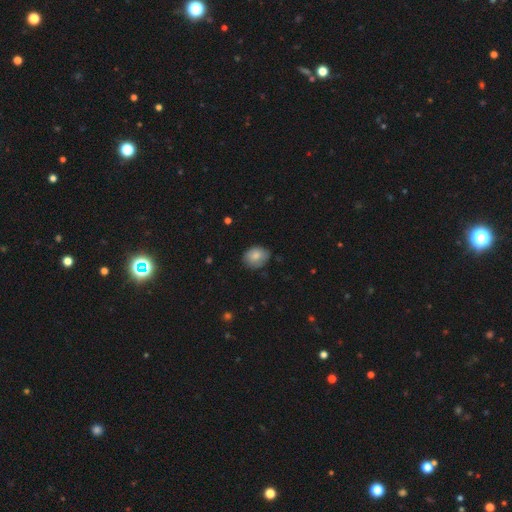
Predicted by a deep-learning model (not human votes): Morphology: type=smooth (83%); roundness=in between (52%); merging=none (76%).